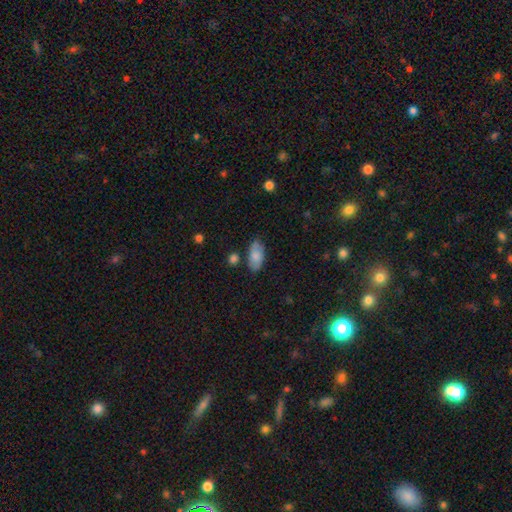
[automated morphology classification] smooth_or_featured: smooth (p=0.79) [alt: featured or disk p=0.15]
how_rounded: in between (p=0.93) [alt: cigar-shaped p=0.05]
merging: none (p=0.78) [alt: minor disturbance p=0.15]